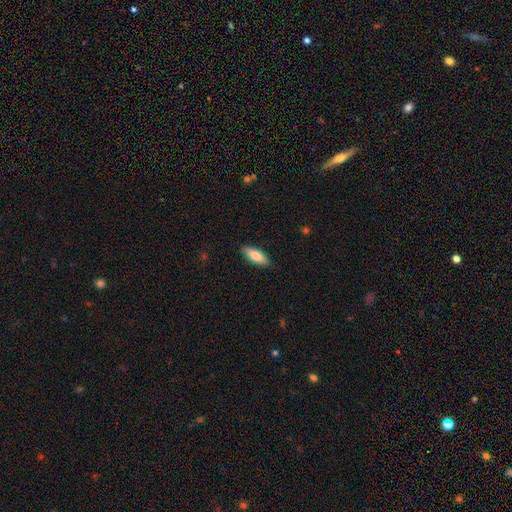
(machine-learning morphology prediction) Smooth or featured? smooth (77%)
How rounded? in between (66%)
Merging? none (88%)